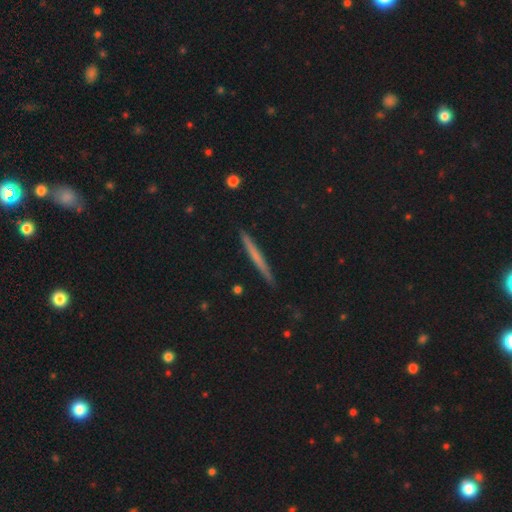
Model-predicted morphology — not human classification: smooth 52%, featured or disk 42%, star or artifact 6%. Down the decision tree: how rounded — cigar-shaped (96%); merging — none (90%).